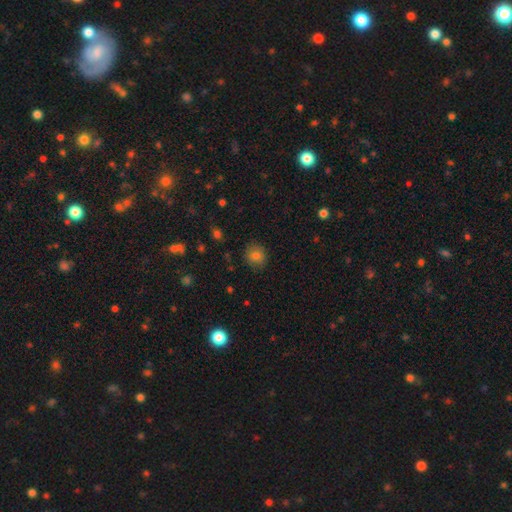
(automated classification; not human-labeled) Morphology: type=smooth (80%); roundness=round (82%); merging=none (85%).